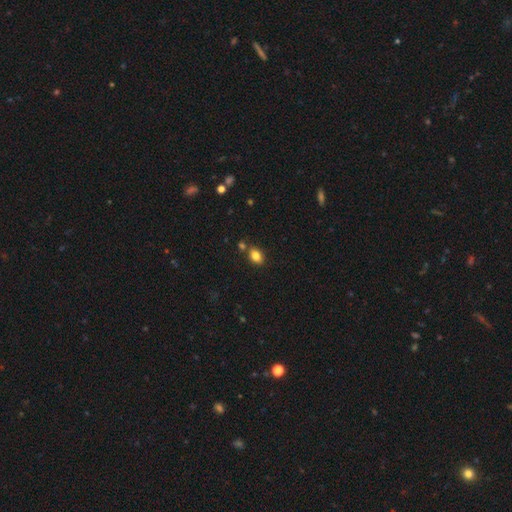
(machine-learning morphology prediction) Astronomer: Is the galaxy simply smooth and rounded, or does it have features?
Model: smooth — 83%.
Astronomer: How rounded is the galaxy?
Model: in between — 72%.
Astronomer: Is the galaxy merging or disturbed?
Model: none — 75%.